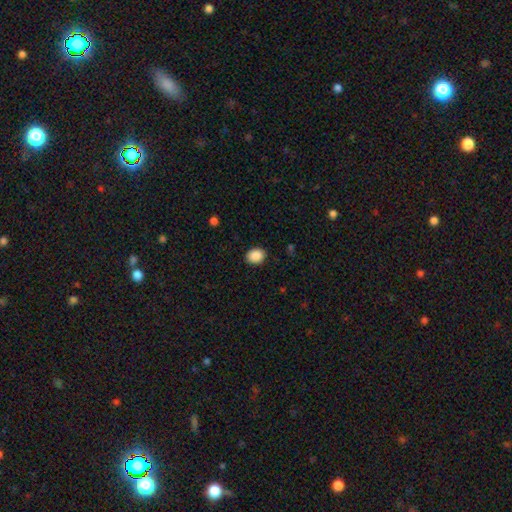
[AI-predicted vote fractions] Smooth or featured? Predicted: smooth (p=0.89). How rounded? Predicted: in between (p=0.55). Merging? Predicted: none (p=0.89).